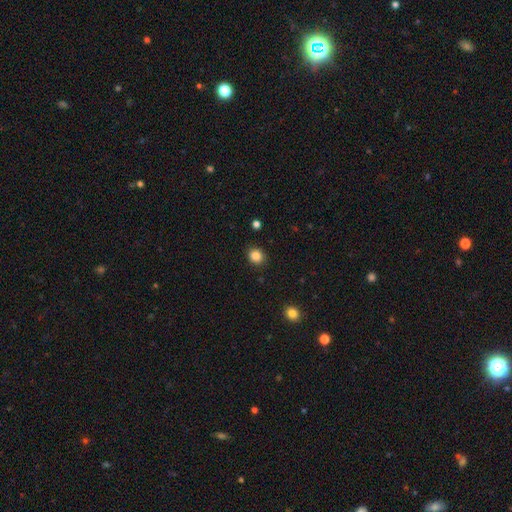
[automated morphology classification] This appears to be a smooth galaxy with no disk features (86%) that is round (78%). Merging: none (89%).